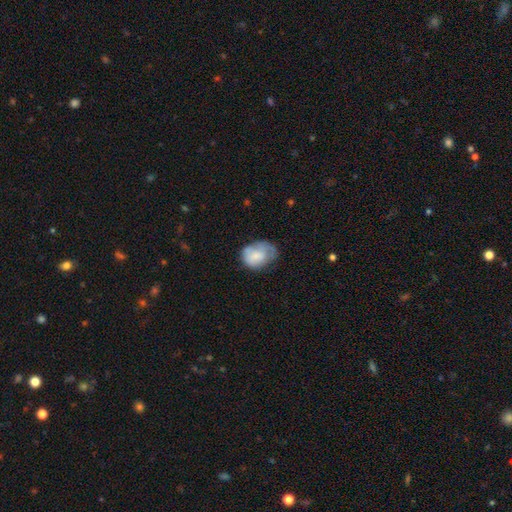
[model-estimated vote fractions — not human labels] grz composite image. It shows a smooth galaxy with no disk features (68%) that is in between round and cigar-shaped (64%). Merging: minor disturbance (37%).